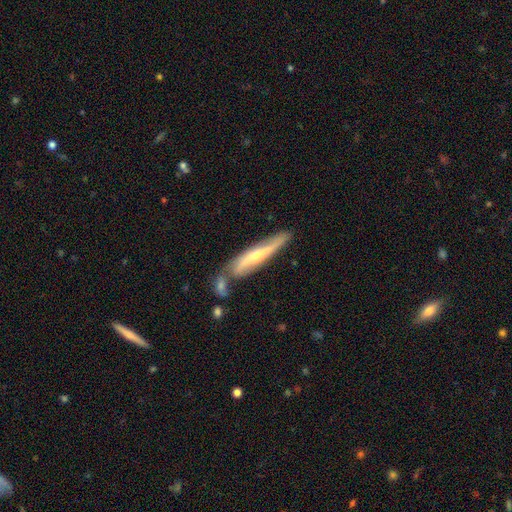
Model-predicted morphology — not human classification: Smooth or featured: featured or disk — 63% (smooth — 32%)
Edge-on disk: yes — 65% (no — 35%)
Merging: none — 49% (merger — 23%)